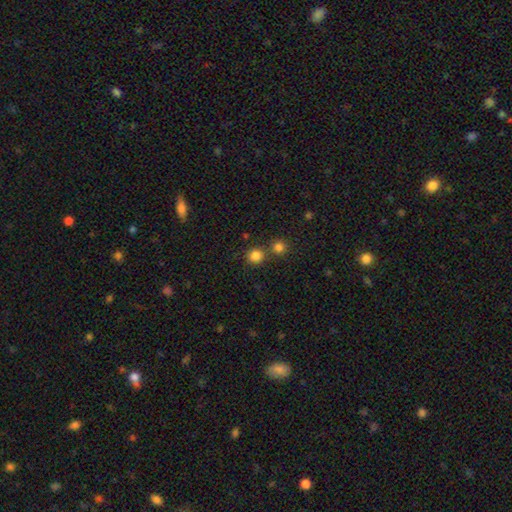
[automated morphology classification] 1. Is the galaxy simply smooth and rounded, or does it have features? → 82% smooth, 13% star or artifact, 4% featured or disk.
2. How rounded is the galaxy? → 90% round, 9% in between, 1% cigar-shaped.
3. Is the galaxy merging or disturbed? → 72% none, 18% merger, 7% minor disturbance, 3% major disturbance.